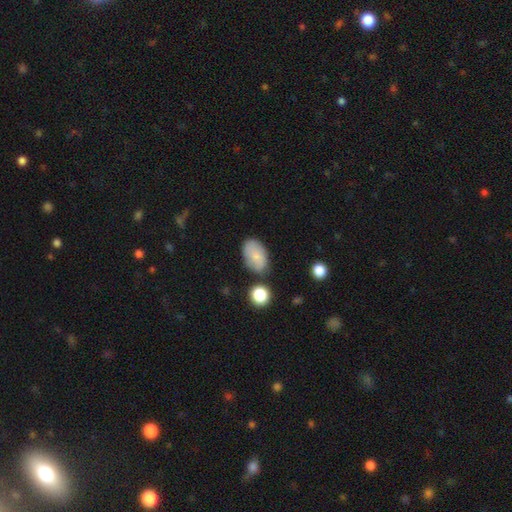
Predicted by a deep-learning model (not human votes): Overall: smooth (78%). How rounded: in between (89%). Merging: none (69%).